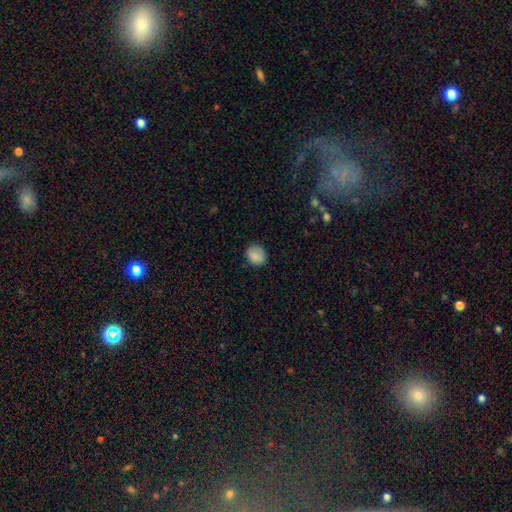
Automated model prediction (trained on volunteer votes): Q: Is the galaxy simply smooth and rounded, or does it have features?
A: smooth — 86%.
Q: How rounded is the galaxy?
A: round — 61%.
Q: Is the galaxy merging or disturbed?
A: none — 80%.